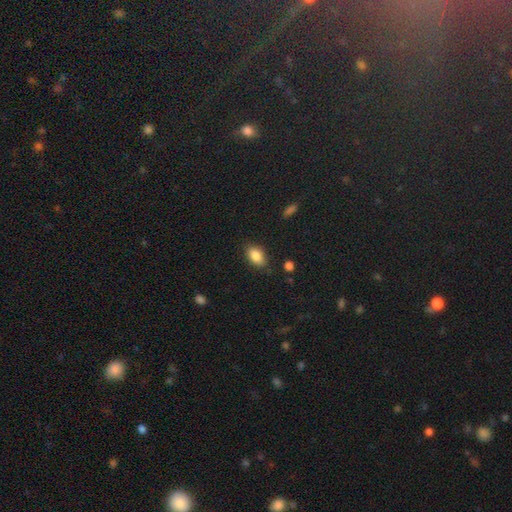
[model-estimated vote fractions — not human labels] Smooth or featured: smooth — 86% (star or artifact — 8%)
How rounded: in between — 88% (round — 9%)
Merging: none — 83% (minor disturbance — 13%)